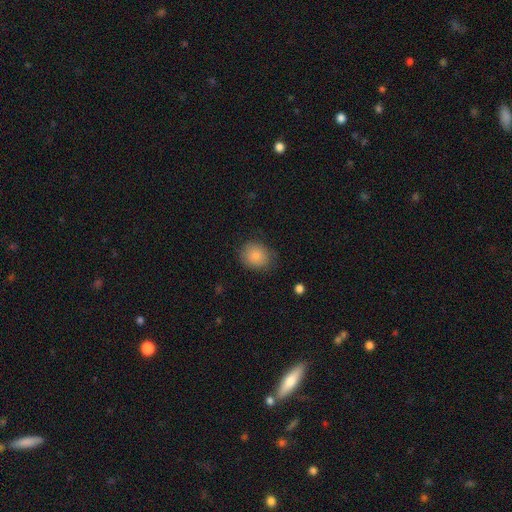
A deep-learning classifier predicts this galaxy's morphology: Overall: smooth (86%). How rounded: round (68%; in between 31%). Merging: none (79%).